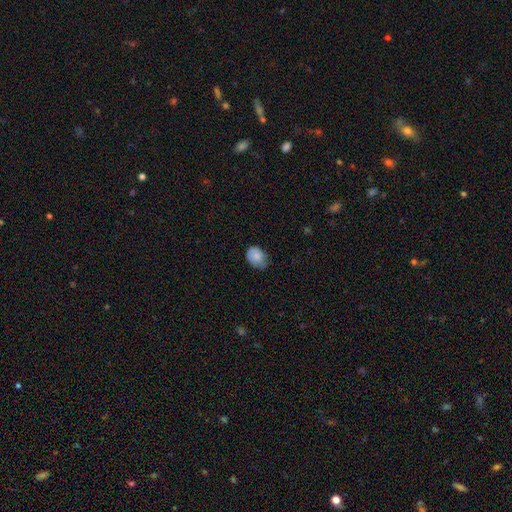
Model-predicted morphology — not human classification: Smooth or featured?
  - smooth: 82% *
  - featured or disk: 11%
  - star or artifact: 7%
How rounded?
  - in between: 67% *
  - round: 32%
  - cigar-shaped: 1%
Merging?
  - none: 56% *
  - minor disturbance: 35%
  - major disturbance: 8%
  - merger: 1%